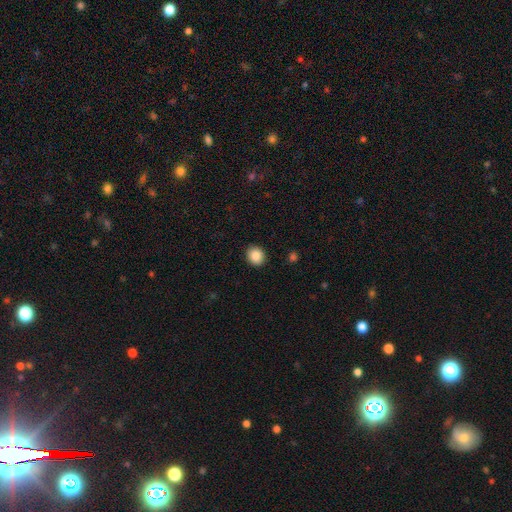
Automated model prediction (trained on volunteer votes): Q: Smooth or featured?
A: smooth (88%); runner-up: star or artifact (9%)
Q: How rounded?
A: round (77%); runner-up: in between (22%)
Q: Merging?
A: none (91%); runner-up: minor disturbance (6%)